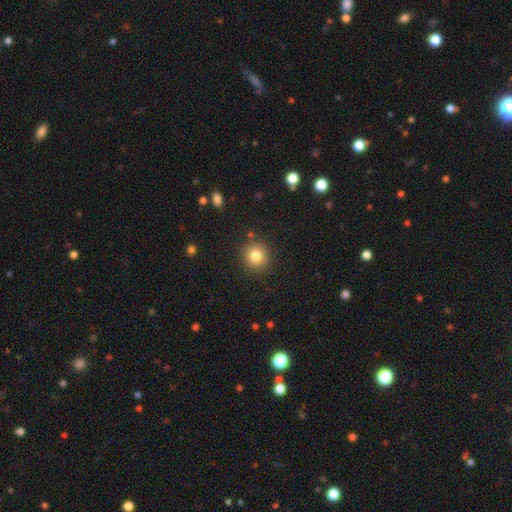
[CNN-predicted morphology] Overall: smooth (81%). How rounded: round (93%). Merging: none (88%).